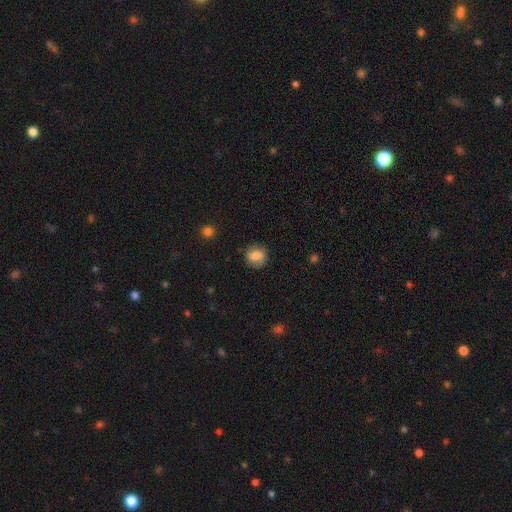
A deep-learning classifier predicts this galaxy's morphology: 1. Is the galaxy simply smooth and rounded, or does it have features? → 78% smooth, 14% featured or disk, 9% star or artifact.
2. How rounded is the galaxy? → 86% round, 13% in between, 1% cigar-shaped.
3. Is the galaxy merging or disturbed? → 83% none, 12% minor disturbance, 3% major disturbance, 1% merger.